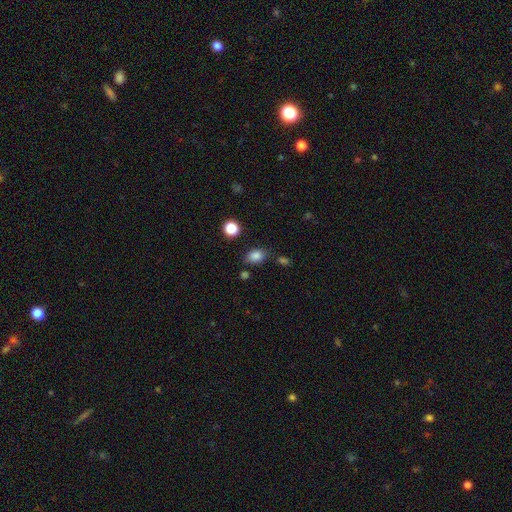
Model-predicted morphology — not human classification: smooth 84%, star or artifact 12%, featured or disk 5%. Down the decision tree: how rounded — in between (74%); merging — none (75%).